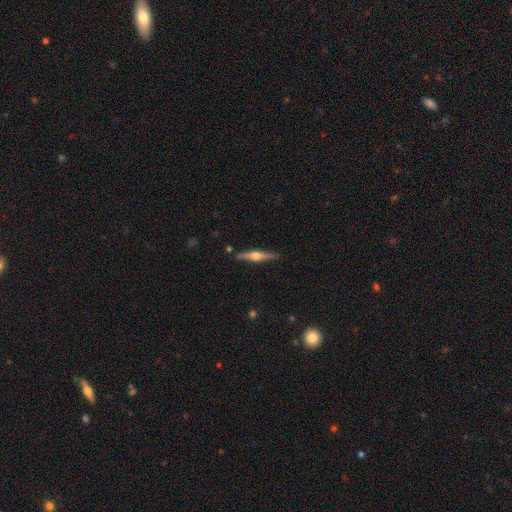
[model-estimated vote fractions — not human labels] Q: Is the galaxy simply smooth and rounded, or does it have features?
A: featured or disk — 70%.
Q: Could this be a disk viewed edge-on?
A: yes — 97%.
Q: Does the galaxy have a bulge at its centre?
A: rounded — 94%.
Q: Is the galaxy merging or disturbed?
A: none — 90%.